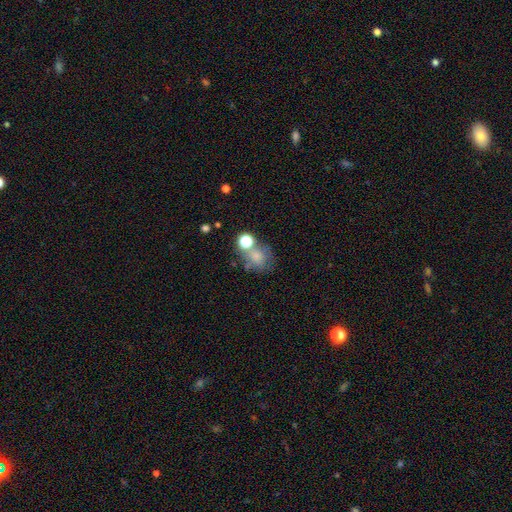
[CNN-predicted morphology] A smooth galaxy with no disk features (68%) that is round (63%). Merging: none (45%).